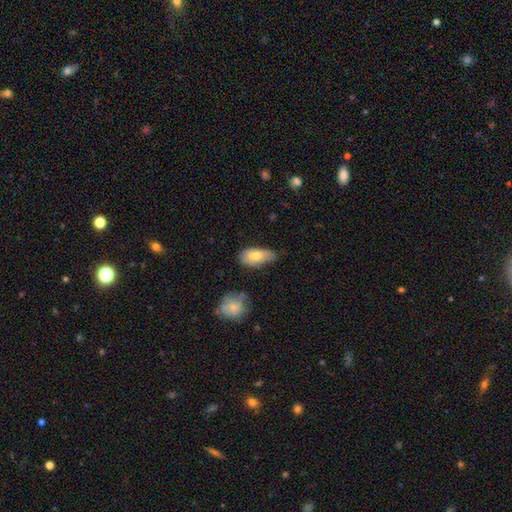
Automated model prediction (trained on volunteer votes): Overall: smooth (69%). How rounded: in between (88%). Merging: none (49%; minor disturbance 36%).